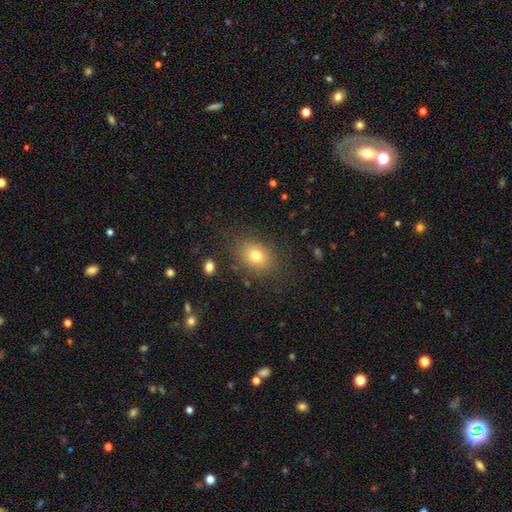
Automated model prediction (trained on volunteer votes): smooth 77%, star or artifact 12%, featured or disk 11%. Down the decision tree: how rounded — in between (58%); merging — none (83%).